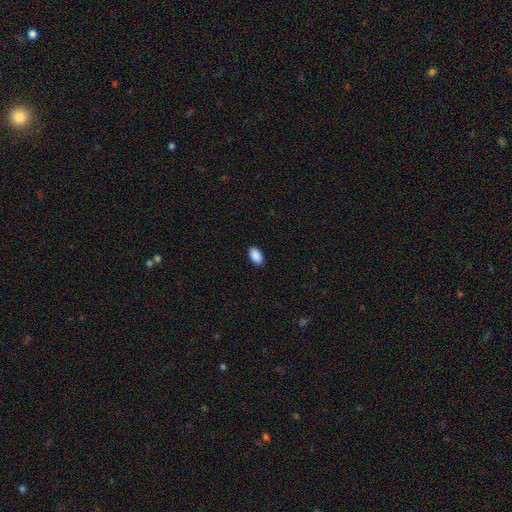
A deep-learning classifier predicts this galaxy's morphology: A smooth galaxy with no disk features (90%) that is in between round and cigar-shaped (94%).

Vote fractions:
- Smooth or featured? smooth: 90% / star or artifact: 7% / featured or disk: 3%
- How rounded? in between: 94% / round: 3% / cigar-shaped: 3%
- Merging? none: 89% / minor disturbance: 8% / major disturbance: 2% / merger: 1%